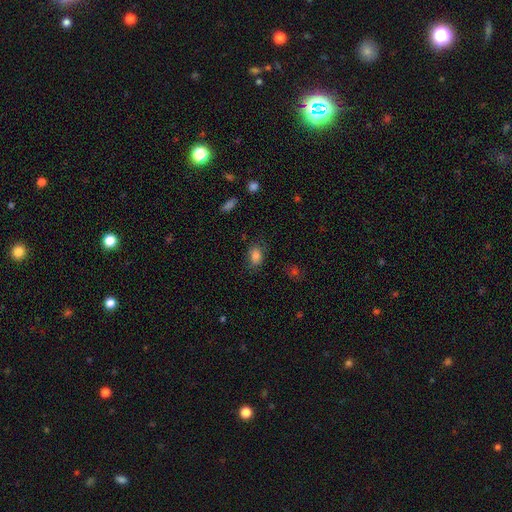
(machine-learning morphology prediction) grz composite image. It shows a smooth galaxy with no disk features (82%) that is in between round and cigar-shaped (79%). Merging: none (73%).